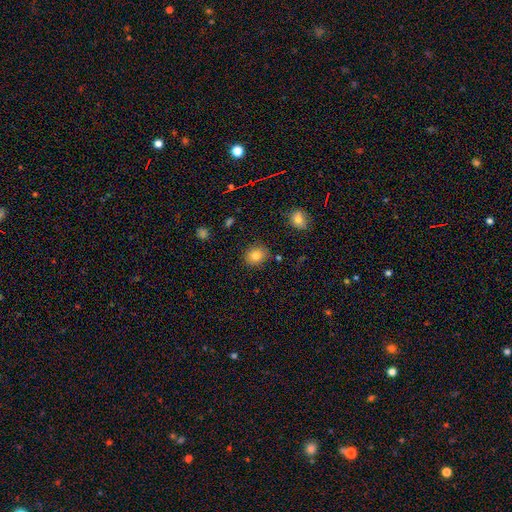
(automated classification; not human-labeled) A smooth galaxy with no disk features (82%) that is round (63%).

Vote fractions:
- Smooth or featured? smooth: 82% / star or artifact: 11% / featured or disk: 7%
- How rounded? round: 63% / in between: 36% / cigar-shaped: 1%
- Merging? none: 85% / minor disturbance: 10% / major disturbance: 2% / merger: 2%